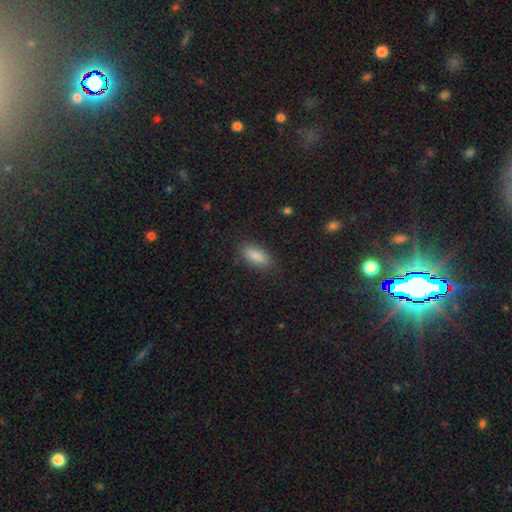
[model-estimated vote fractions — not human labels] Smooth or featured?
  - smooth: 86% *
  - star or artifact: 8%
  - featured or disk: 6%
How rounded?
  - in between: 81% *
  - cigar-shaped: 17%
  - round: 3%
Merging?
  - none: 87% *
  - minor disturbance: 9%
  - major disturbance: 3%
  - merger: 1%